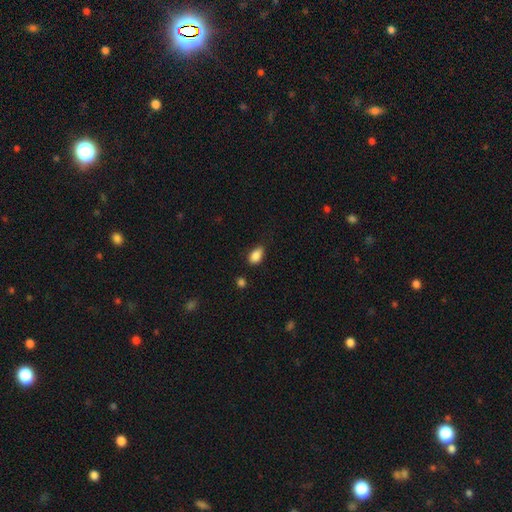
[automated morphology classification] Smooth or featured?
  - smooth: 87% *
  - star or artifact: 8%
  - featured or disk: 5%
How rounded?
  - in between: 88% *
  - round: 10%
  - cigar-shaped: 2%
Merging?
  - none: 69% *
  - minor disturbance: 24%
  - major disturbance: 4%
  - merger: 2%